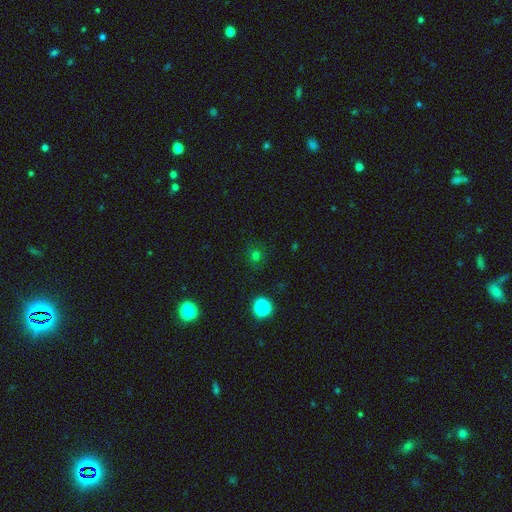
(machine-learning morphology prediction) Smooth or featured? Predicted: smooth (p=0.68). How rounded? Predicted: round (p=0.89). Merging? Predicted: none (p=0.85).